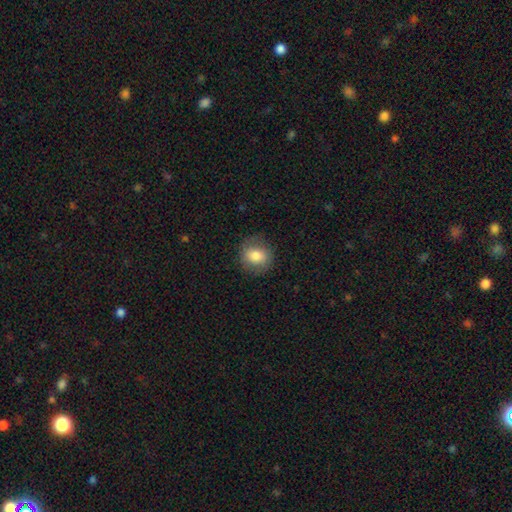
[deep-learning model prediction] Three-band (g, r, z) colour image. It shows a smooth galaxy with no disk features (76%) that is round (79%). Merging: none (82%).